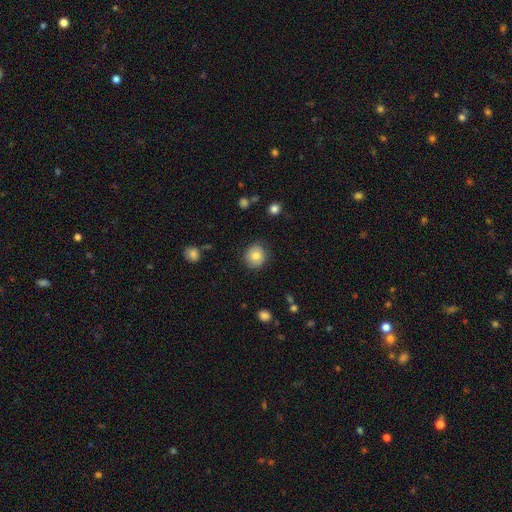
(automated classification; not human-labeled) Q: Smooth or featured?
A: smooth (79%); runner-up: featured or disk (12%)
Q: How rounded?
A: round (86%); runner-up: in between (13%)
Q: Merging?
A: none (85%); runner-up: minor disturbance (11%)